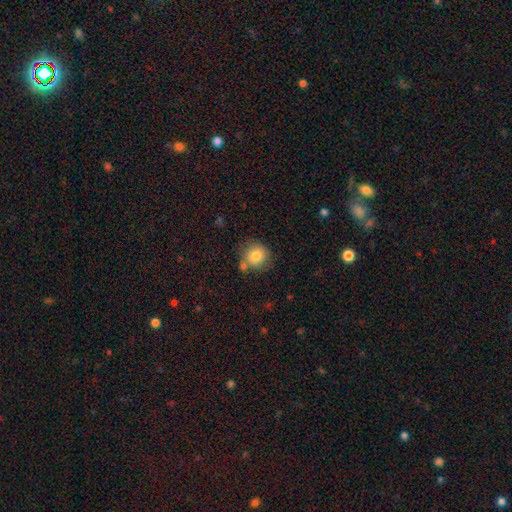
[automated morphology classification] The model was most divided on "merging": none: 67%, minor disturbance: 14%, merger: 14%, major disturbance: 4%. More confident: how rounded — round (89%); smooth or featured — smooth (81%).